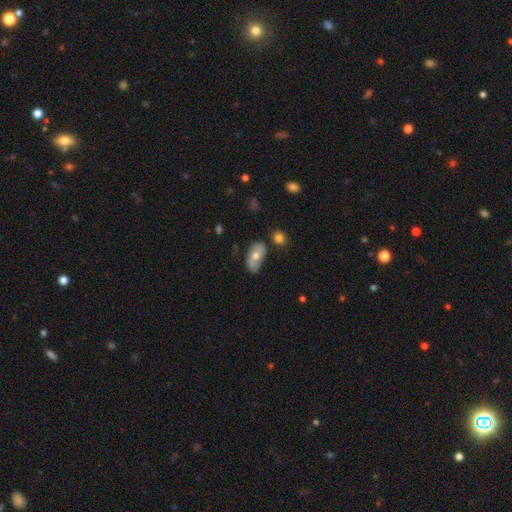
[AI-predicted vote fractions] The model was most divided on "smooth or featured": smooth: 48%, featured or disk: 45%, star or artifact: 7%. More confident: merging — none (65%).